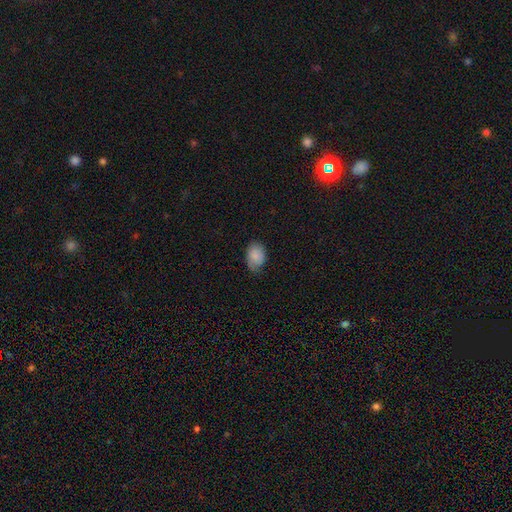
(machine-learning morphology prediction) A smooth galaxy with no disk features (85%) that is in between round and cigar-shaped (80%).

Vote fractions:
- Smooth or featured? smooth: 85% / featured or disk: 8% / star or artifact: 7%
- How rounded? in between: 80% / round: 19% / cigar-shaped: 1%
- Merging? none: 65% / minor disturbance: 28% / major disturbance: 6% / merger: 1%